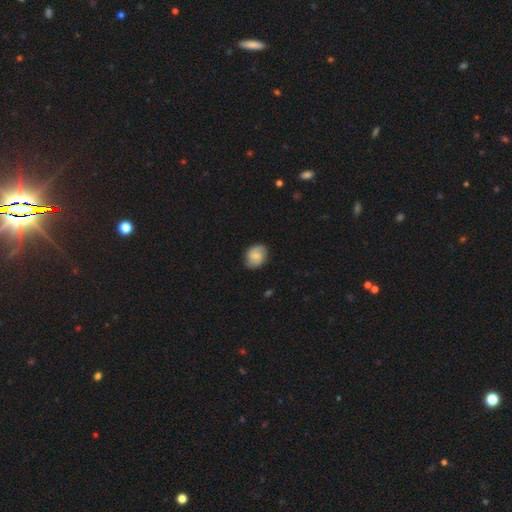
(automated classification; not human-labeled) Overall: smooth (59%; featured or disk 34%). How rounded: in between (56%; round 43%). Merging: none (80%).